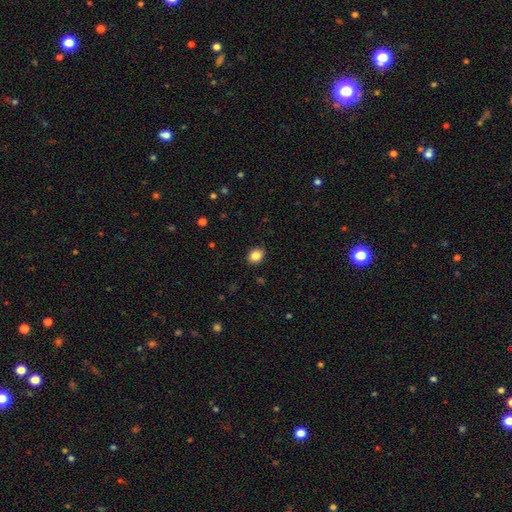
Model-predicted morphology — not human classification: smooth 86%, star or artifact 9%, featured or disk 5%. Down the decision tree: how rounded — in between (58%); merging — none (88%).